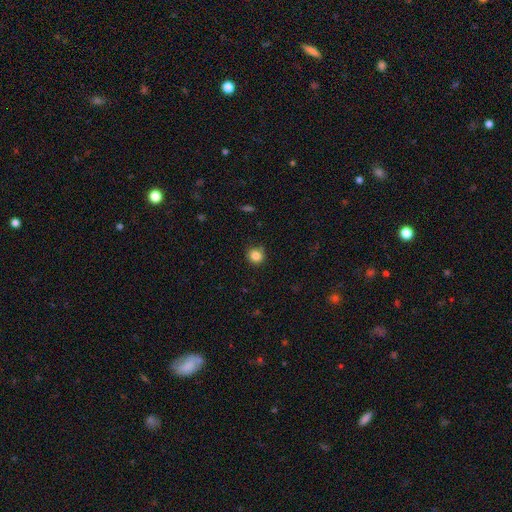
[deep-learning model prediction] The model was most divided on "merging": none: 84%, minor disturbance: 12%, major disturbance: 2%, merger: 1%. More confident: how rounded — round (90%); smooth or featured — smooth (85%).